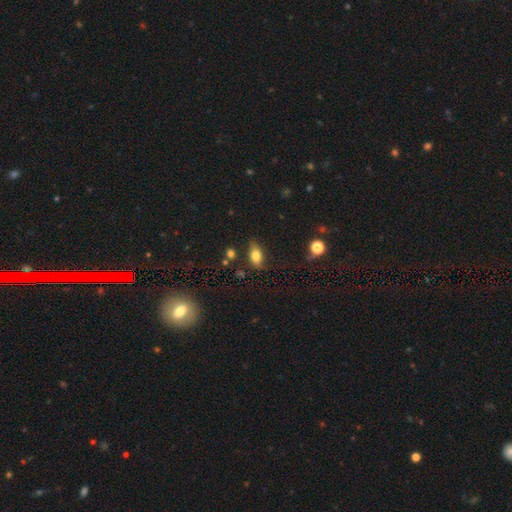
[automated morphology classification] The model was most divided on "merging": none: 75%, minor disturbance: 18%, major disturbance: 4%, merger: 3%. More confident: how rounded — in between (86%); smooth or featured — smooth (79%).